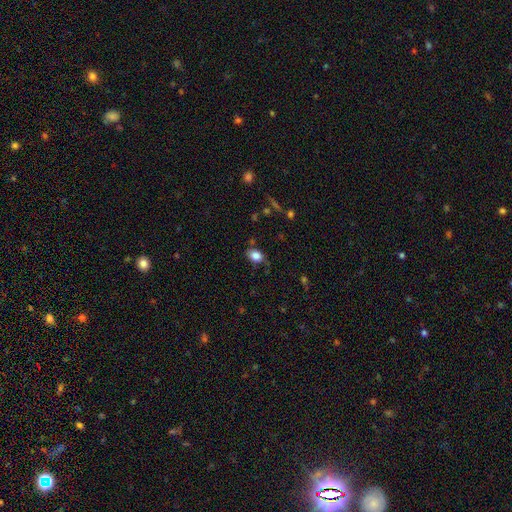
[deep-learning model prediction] smooth_or_featured: smooth (p=0.83) [alt: star or artifact p=0.10]
how_rounded: in between (p=0.75) [alt: round p=0.24]
merging: none (p=0.71) [alt: minor disturbance p=0.21]